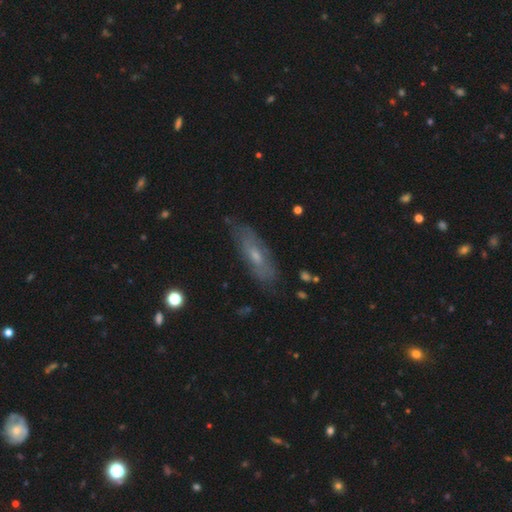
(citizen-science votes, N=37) A featured or disk galaxy (49%) with no bar (69%), medium (44%) spiral arms (56%) and a moderate central bulge (50%).

Vote fractions:
- Smooth or featured? featured or disk: 49% / smooth: 46% / star or artifact: 5%
- Edge-on disk? no: 89% / yes: 11%
- Bar? no: 69% / weak: 31% / strong: 0%
- Spiral arms? yes: 56% / no: 44%
- Spiral winding? medium: 44% / loose: 33% / tight: 22%
- Spiral arm count? can't tell: 56% / 2: 44% / 1: 0% / 3: 0% / 4: 0% / more than 4: 0%
- Bulge size? moderate: 50% / small: 38% / none: 12% / dominant: 0% / large: 0%
- Merging? none: 80% / minor disturbance: 17% / major disturbance: 3% / merger: 0%